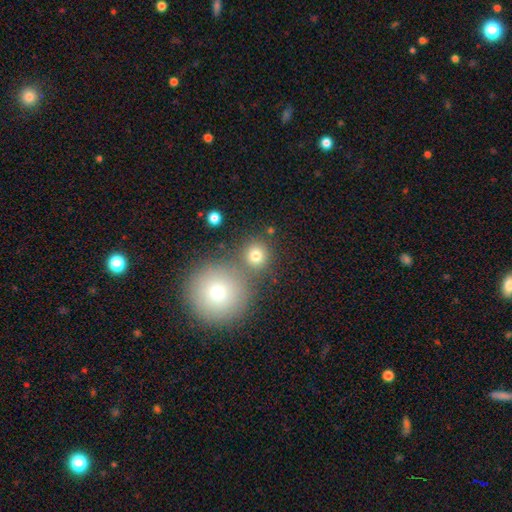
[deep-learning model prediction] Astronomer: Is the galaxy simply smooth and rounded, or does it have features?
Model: smooth — 77%.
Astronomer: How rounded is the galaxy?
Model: round — 91%.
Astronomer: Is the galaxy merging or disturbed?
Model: none — 70%.